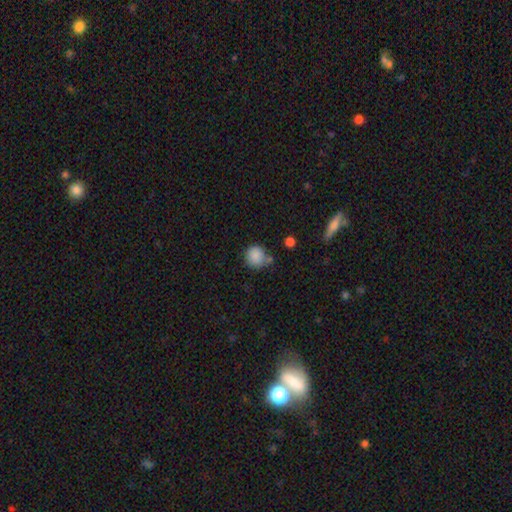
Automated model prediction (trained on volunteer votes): smooth 86%, star or artifact 9%, featured or disk 5%. Down the decision tree: how rounded — round (89%); merging — none (64%).